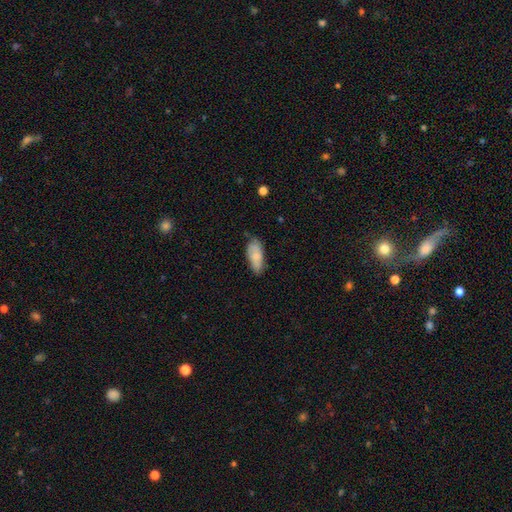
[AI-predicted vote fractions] A smooth galaxy with no disk features (77%) that is in between round and cigar-shaped (85%).

Vote fractions:
- Smooth or featured? smooth: 77% / featured or disk: 17% / star or artifact: 6%
- How rounded? in between: 85% / cigar-shaped: 13% / round: 2%
- Merging? none: 65% / minor disturbance: 29% / major disturbance: 5% / merger: 2%